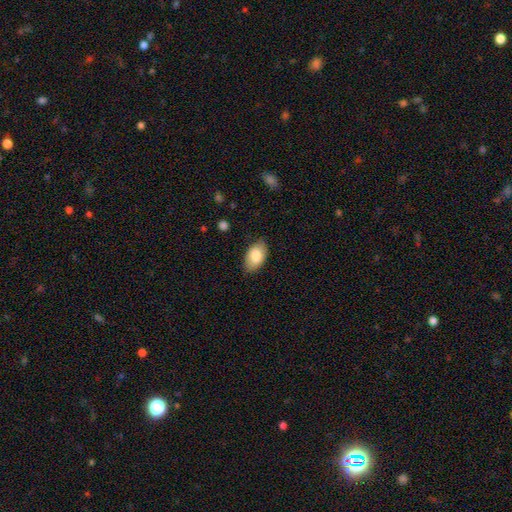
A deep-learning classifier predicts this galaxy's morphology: This is clearly a smooth galaxy (83%). How rounded: clearly in between (94%). Merging: clearly none (83%).